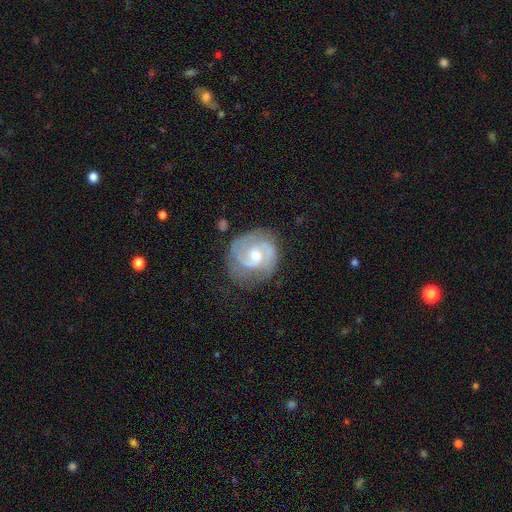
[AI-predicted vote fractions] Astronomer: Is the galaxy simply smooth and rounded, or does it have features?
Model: featured or disk — 86%.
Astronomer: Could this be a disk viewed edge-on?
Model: no — 98%.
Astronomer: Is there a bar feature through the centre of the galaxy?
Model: no — 53% (runner-up: weak, 38%).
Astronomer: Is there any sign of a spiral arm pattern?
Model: yes — 96%.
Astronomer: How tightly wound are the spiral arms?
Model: medium — 49% (runner-up: tight, 39%).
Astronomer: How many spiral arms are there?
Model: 2 — 82%.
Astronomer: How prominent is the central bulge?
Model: moderate — 57% (runner-up: small, 40%).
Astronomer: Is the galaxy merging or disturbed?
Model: none — 72%.